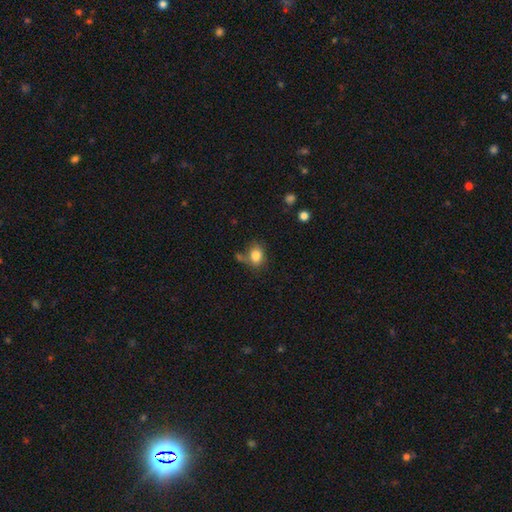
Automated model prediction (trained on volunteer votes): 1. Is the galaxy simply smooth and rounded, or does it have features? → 83% smooth, 10% star or artifact, 7% featured or disk.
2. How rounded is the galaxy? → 56% in between, 43% round, 1% cigar-shaped.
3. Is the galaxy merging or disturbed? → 65% none, 18% minor disturbance, 11% merger, 6% major disturbance.